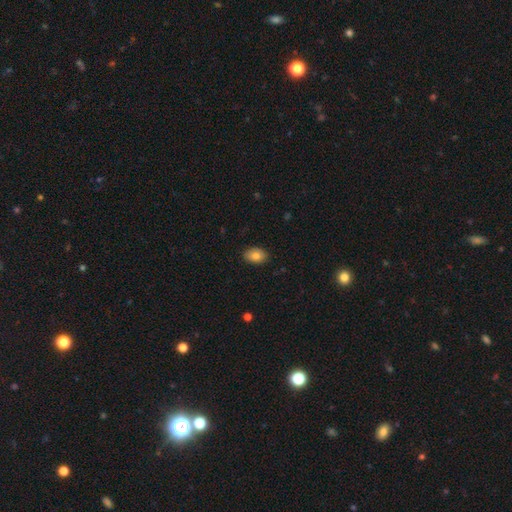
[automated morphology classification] The model was most divided on "how rounded": in between: 81%, round: 18%, cigar-shaped: 1%. More confident: merging — none (88%); smooth or featured — smooth (81%).